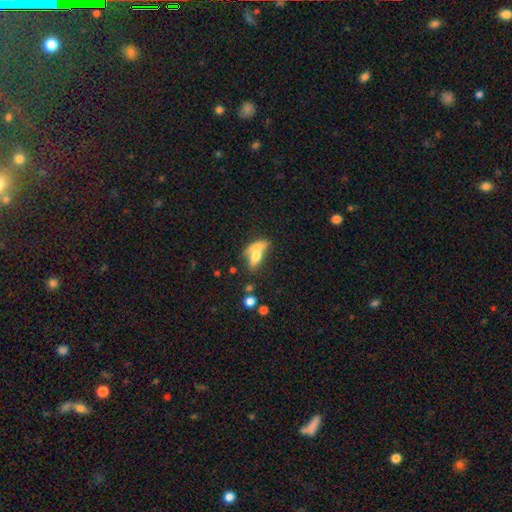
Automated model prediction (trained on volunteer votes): Smooth or featured: smooth — 62% (featured or disk — 28%)
How rounded: in between — 65% (cigar-shaped — 24%)
Merging: merger — 50% (none — 25%)